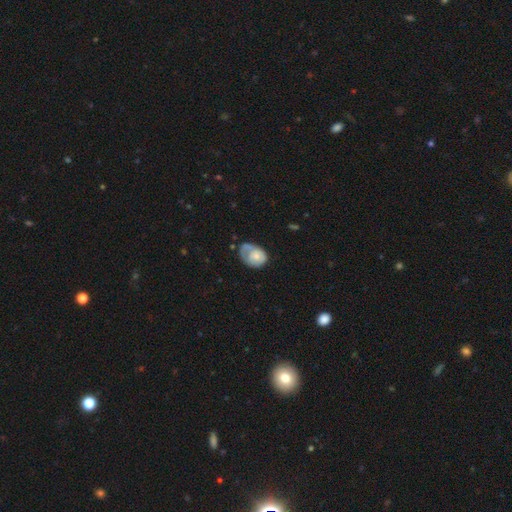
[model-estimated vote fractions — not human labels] A smooth galaxy with no disk features (50%) that is in between round and cigar-shaped (68%). Merging: minor disturbance (33%, tied with none).